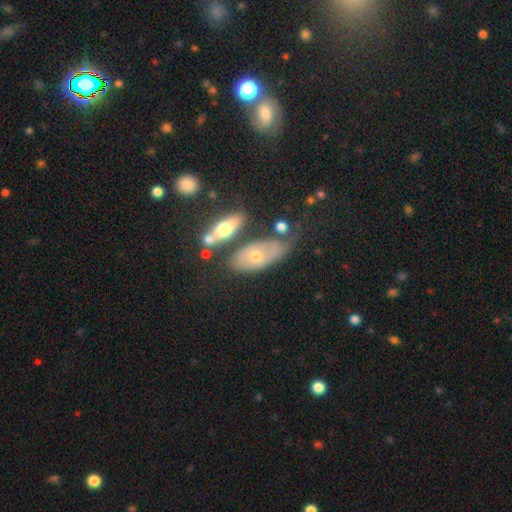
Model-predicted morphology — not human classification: Smooth or featured? Predicted: smooth (p=0.47). Merging? Predicted: none (p=0.48).